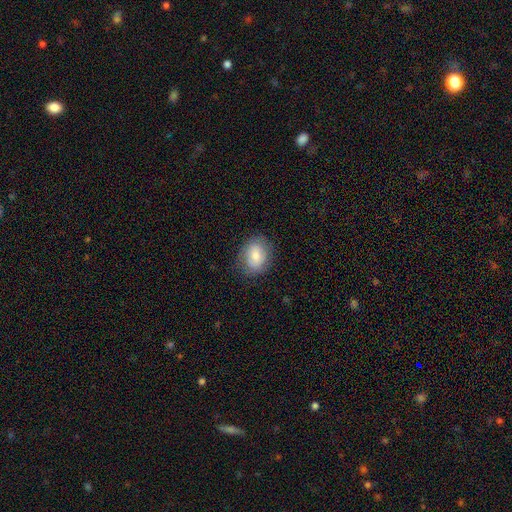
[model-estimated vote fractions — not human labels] This appears to be a smooth galaxy with no disk features (73%) that is in between round and cigar-shaped (57%). Merging: none (78%).